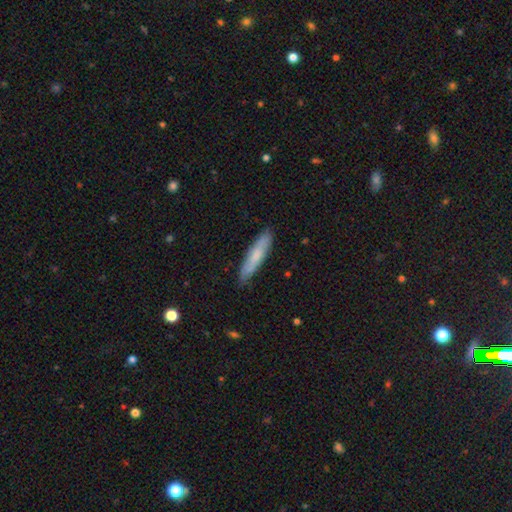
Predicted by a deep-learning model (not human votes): smooth-or-featured: smooth: 68% | featured or disk: 26% | star or artifact: 6%
  how-rounded: cigar-shaped: 86% | in between: 13% | round: 1%
  merging: none: 85% | minor disturbance: 12% | major disturbance: 2% | merger: 1%